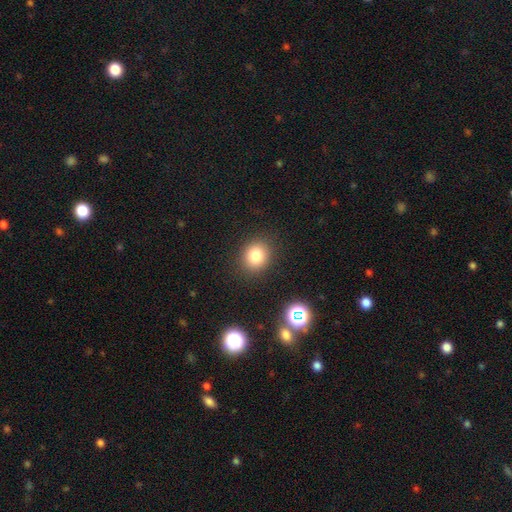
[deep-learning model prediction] This is clearly a smooth galaxy (80%). How rounded: likely round (71%). Merging: clearly none (87%).